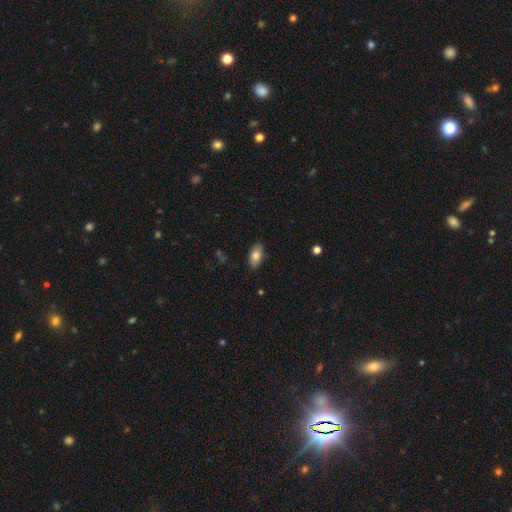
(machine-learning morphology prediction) smooth_or_featured: smooth (p=0.81) [alt: featured or disk p=0.12]
how_rounded: in between (p=0.91) [alt: cigar-shaped p=0.05]
merging: none (p=0.87) [alt: minor disturbance p=0.10]